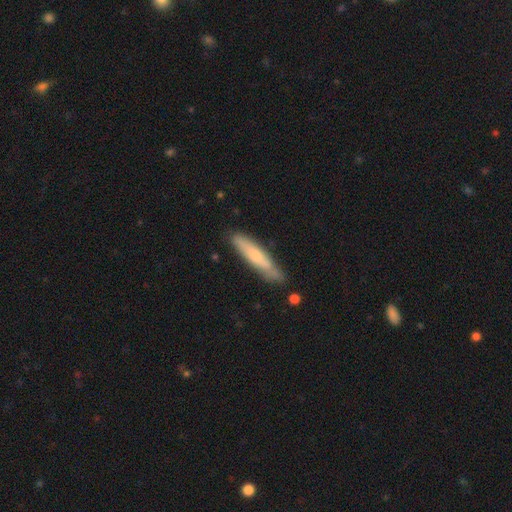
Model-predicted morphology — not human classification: Overall: smooth (66%; featured or disk 28%). How rounded: cigar-shaped (89%). Merging: none (75%).